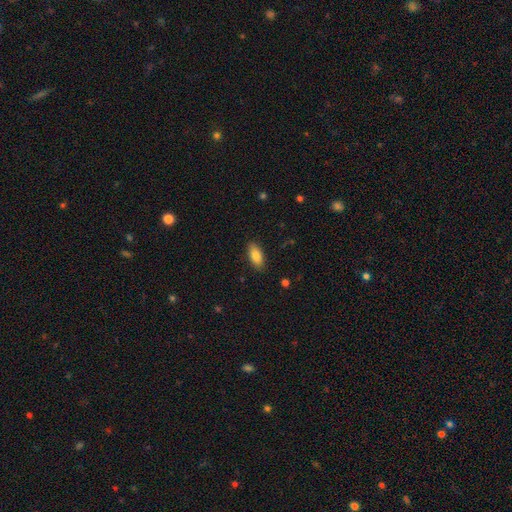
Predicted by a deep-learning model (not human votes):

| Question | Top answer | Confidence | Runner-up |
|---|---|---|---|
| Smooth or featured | smooth | 85% | featured or disk (8%) |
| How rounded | in between | 88% | cigar-shaped (10%) |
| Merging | none | 88% | minor disturbance (9%) |